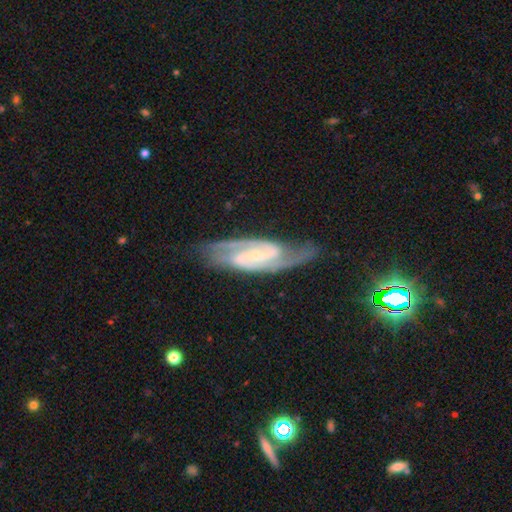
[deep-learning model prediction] This appears to be a featured or disk galaxy (90%) with a weak bar (42%), 2 (86%) medium (51%) spiral arms (98%) and a small central bulge (71%). Merging: none (76%).